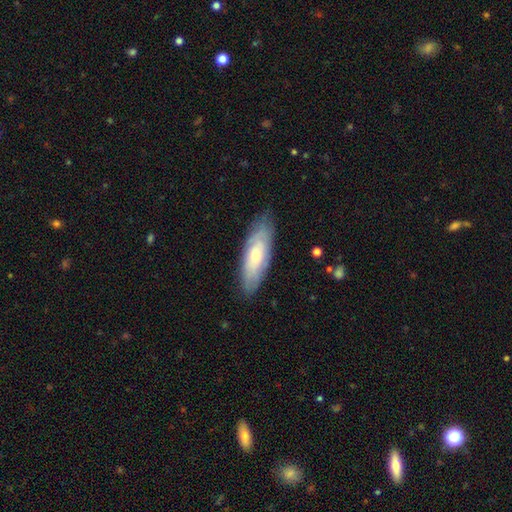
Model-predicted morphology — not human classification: This appears to be a smooth galaxy with no disk features (51%) that is in between round and cigar-shaped (62%). Merging: none (79%).